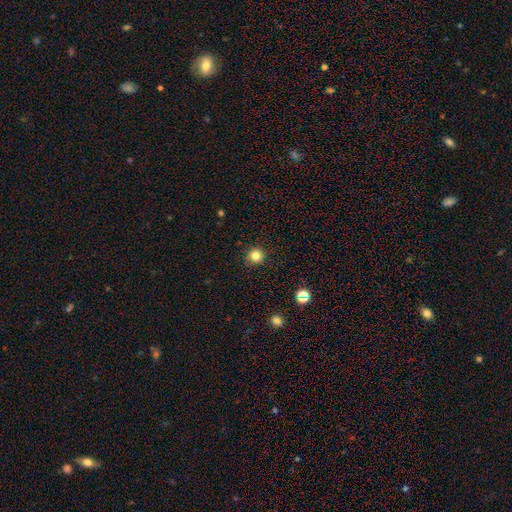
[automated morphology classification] The model was most divided on "smooth or featured": smooth: 82%, star or artifact: 13%, featured or disk: 5%. More confident: how rounded — round (94%); merging — none (90%).